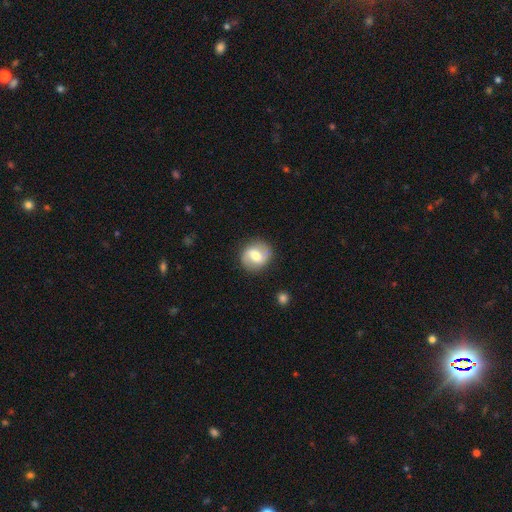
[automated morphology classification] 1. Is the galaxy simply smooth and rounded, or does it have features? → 59% featured or disk, 35% smooth, 7% star or artifact.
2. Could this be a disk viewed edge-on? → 97% no, 3% yes.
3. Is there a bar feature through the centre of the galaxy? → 49% weak, 30% strong, 21% no.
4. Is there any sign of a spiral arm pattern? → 79% yes, 21% no.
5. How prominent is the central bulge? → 67% moderate, 19% small, 11% large, 2% none, 2% dominant.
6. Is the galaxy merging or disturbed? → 86% none, 10% minor disturbance, 3% major disturbance, 1% merger.